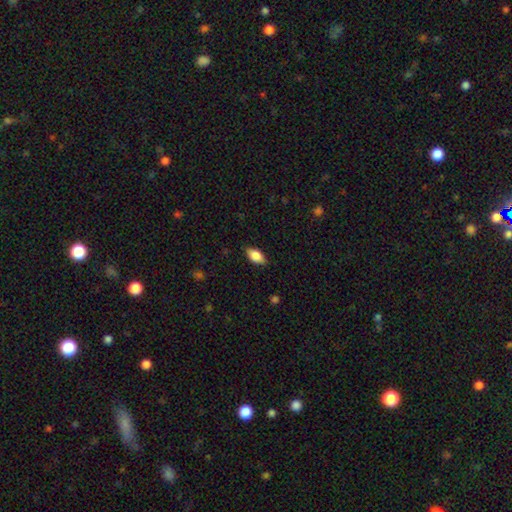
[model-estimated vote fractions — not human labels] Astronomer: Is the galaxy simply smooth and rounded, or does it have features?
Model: smooth — 83%.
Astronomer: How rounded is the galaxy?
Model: in between — 90%.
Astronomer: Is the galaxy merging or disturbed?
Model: none — 84%.